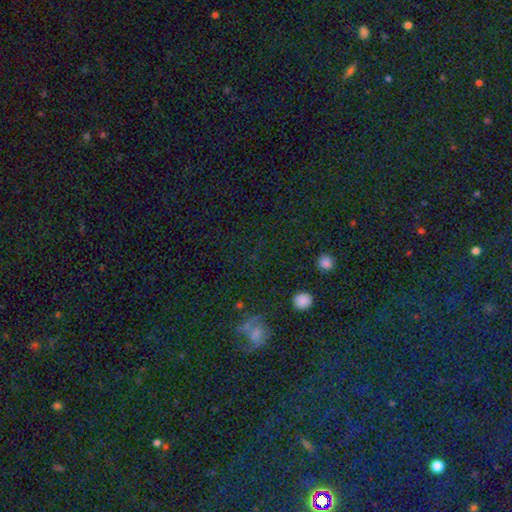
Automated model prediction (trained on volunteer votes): This is likely a star or artifact rather than a galaxy (72%).